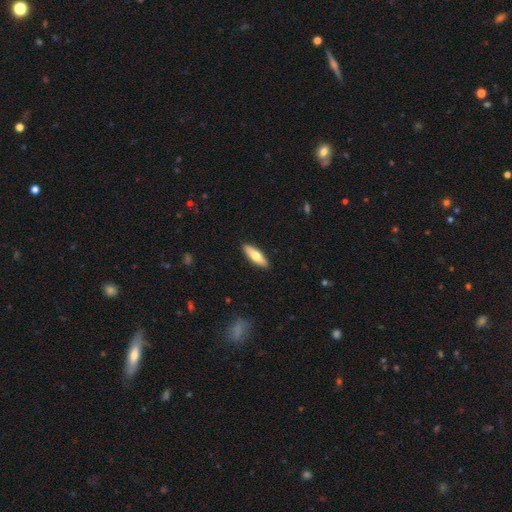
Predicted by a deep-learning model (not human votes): A smooth galaxy with no disk features (70%) that is cigar-shaped (55%). Merging: none (90%).